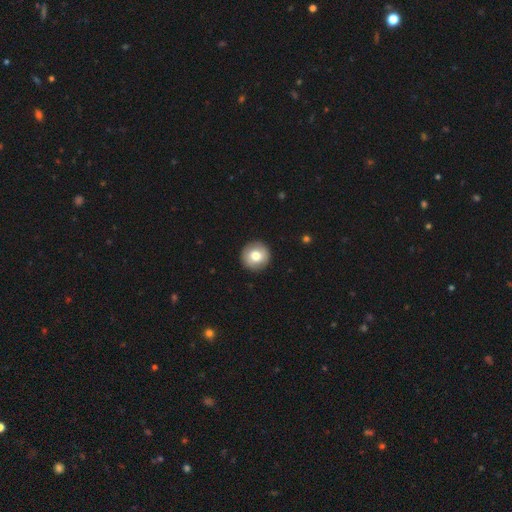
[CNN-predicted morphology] This is likely a smooth galaxy (77%). How rounded: clearly round (95%). Merging: clearly none (92%).